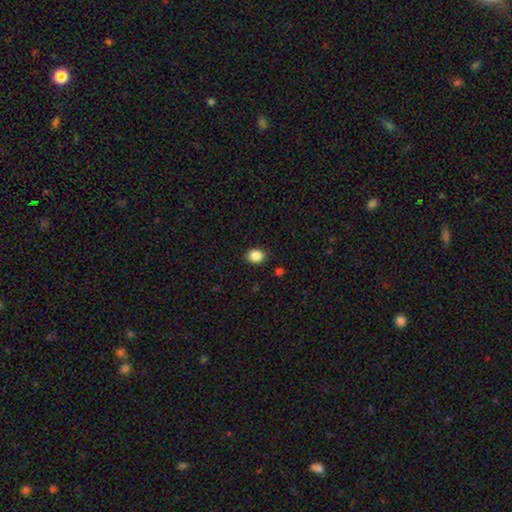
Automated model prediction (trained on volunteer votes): Morphology: type=smooth (87%); roundness=round (63%); merging=none (89%).